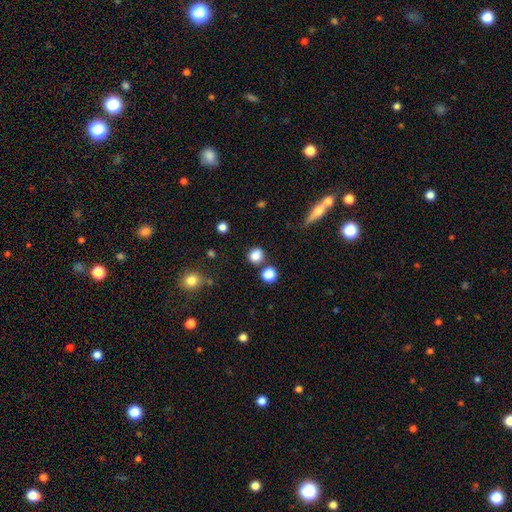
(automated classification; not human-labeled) Morphology: type=smooth (82%); roundness=round (83%); merging=none (78%).